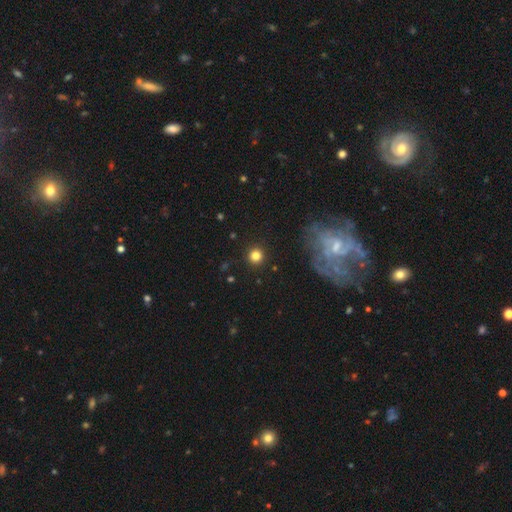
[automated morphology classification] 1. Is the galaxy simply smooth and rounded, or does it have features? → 82% smooth, 12% star or artifact, 6% featured or disk.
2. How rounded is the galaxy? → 95% round, 4% in between, 1% cigar-shaped.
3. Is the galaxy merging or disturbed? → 92% none, 5% minor disturbance, 2% major disturbance, 1% merger.